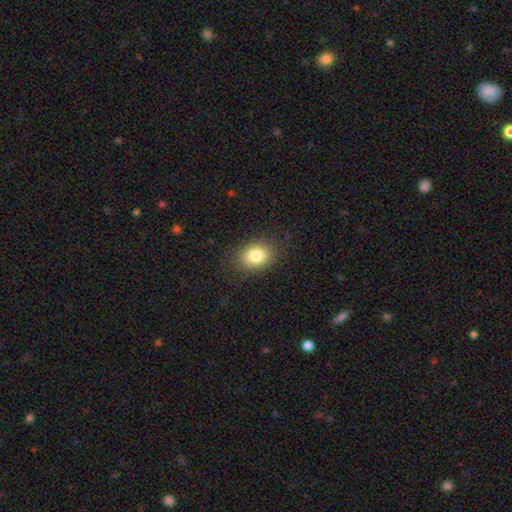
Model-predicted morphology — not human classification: Smooth or featured? Predicted: smooth (p=0.83). How rounded? Predicted: in between (p=0.63). Merging? Predicted: none (p=0.84).